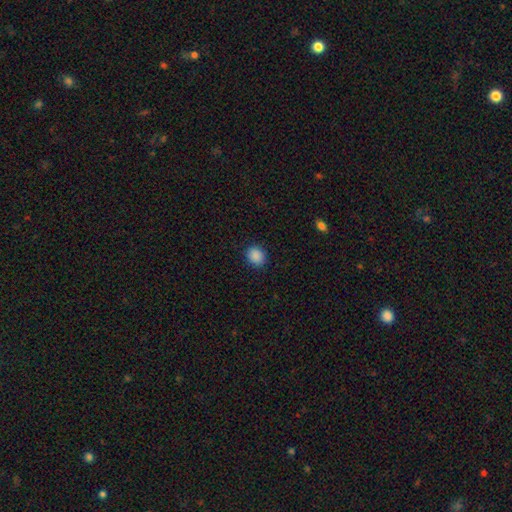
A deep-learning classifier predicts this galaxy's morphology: smooth 88%, star or artifact 9%, featured or disk 2%. Down the decision tree: how rounded — round (64%); merging — none (90%).